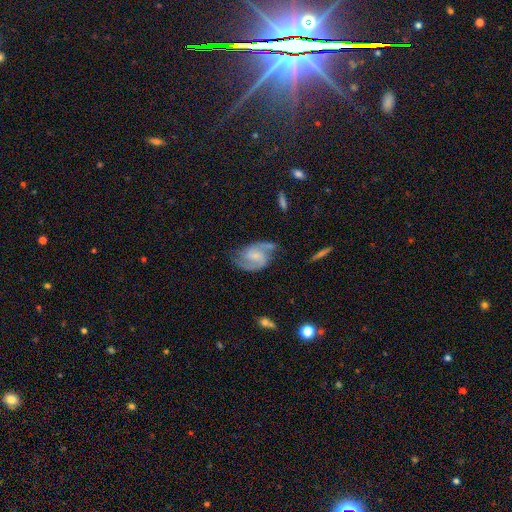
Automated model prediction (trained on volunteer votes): The model was most divided on "bar": weak: 51%, no: 36%, strong: 13%. Remaining: edge-on disk — no (98%); spiral arms — yes (96%); spiral arm count — 2 (89%); smooth or featured — featured or disk (84%); merging — none (65%); spiral winding — medium (54%); bulge size — small (48%).